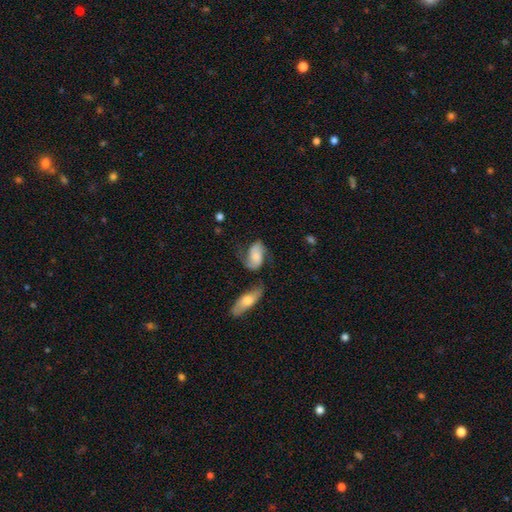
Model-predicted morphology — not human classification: This is possibly a featured or disk galaxy (51%). It is clearly not viewed edge-on (95%). Merging: marginally none (44%).